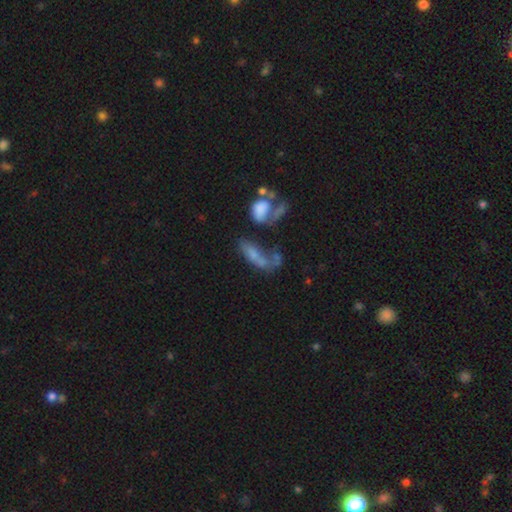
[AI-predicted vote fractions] Overall: smooth (51%; featured or disk 35%). How rounded: in between (65%; cigar-shaped 27%). Merging: merger (41%; major disturbance 24%).